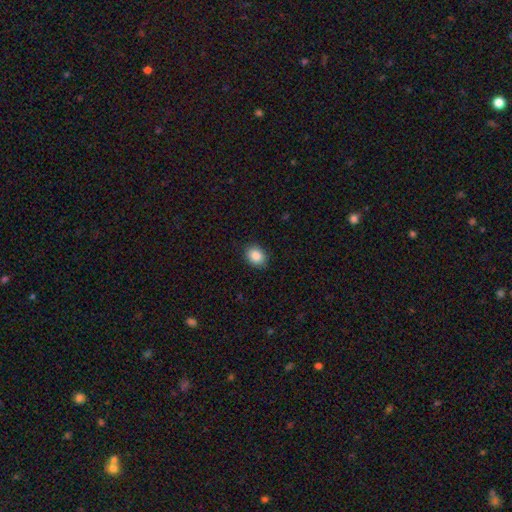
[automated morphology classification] This is clearly a smooth galaxy (87%). How rounded: possibly in between (54%). Merging: clearly none (88%).